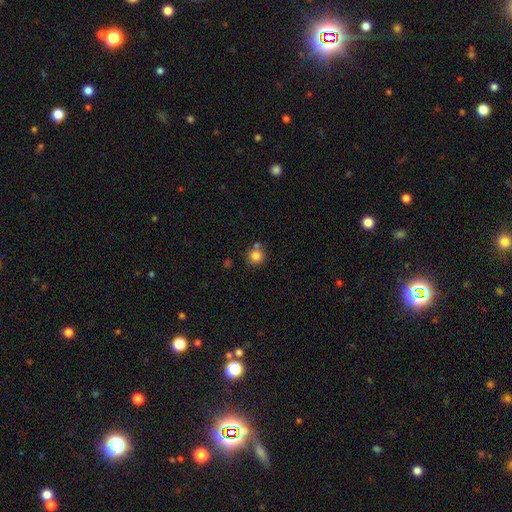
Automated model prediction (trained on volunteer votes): The model was most divided on "merging": none: 70%, merger: 17%, minor disturbance: 10%, major disturbance: 3%. More confident: how rounded — round (92%); smooth or featured — smooth (83%).